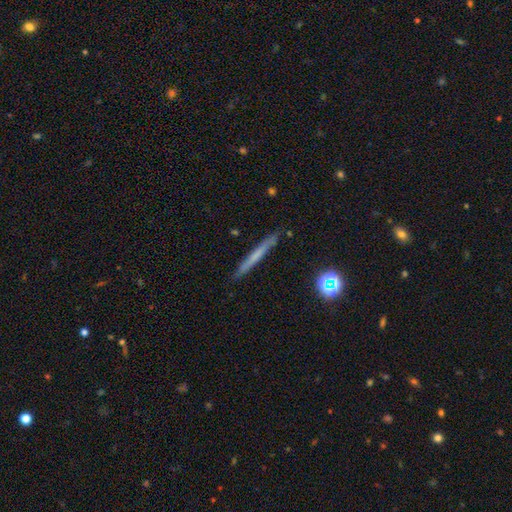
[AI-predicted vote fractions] A smooth galaxy with no disk features (51%) that is cigar-shaped (96%). Merging: none (89%).